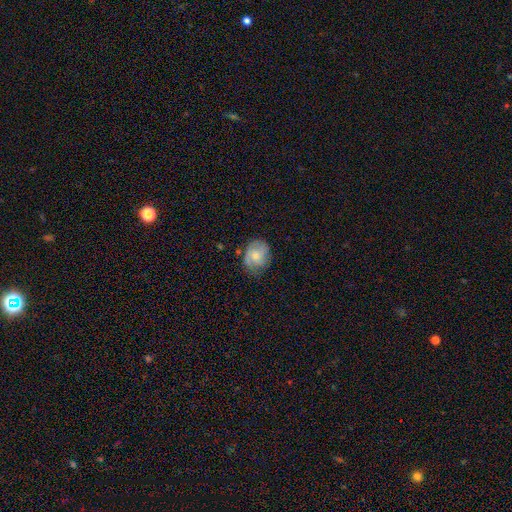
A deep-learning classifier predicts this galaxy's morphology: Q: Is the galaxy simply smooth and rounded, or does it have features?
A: smooth — 56%.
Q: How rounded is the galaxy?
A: round — 60%.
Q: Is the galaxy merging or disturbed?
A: none — 64%.